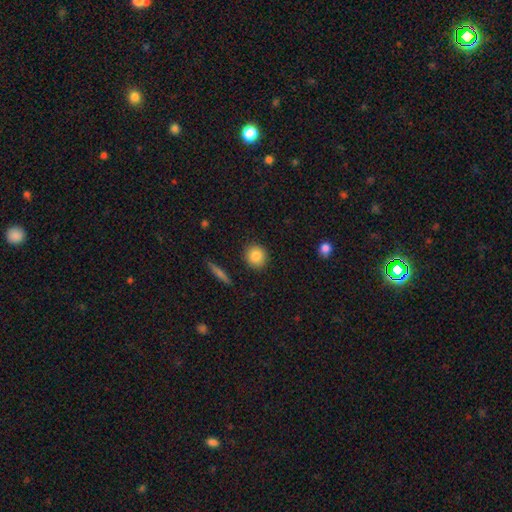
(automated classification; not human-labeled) Smooth or featured? Predicted: smooth (p=0.86). How rounded? Predicted: round (p=0.89). Merging? Predicted: none (p=0.90).